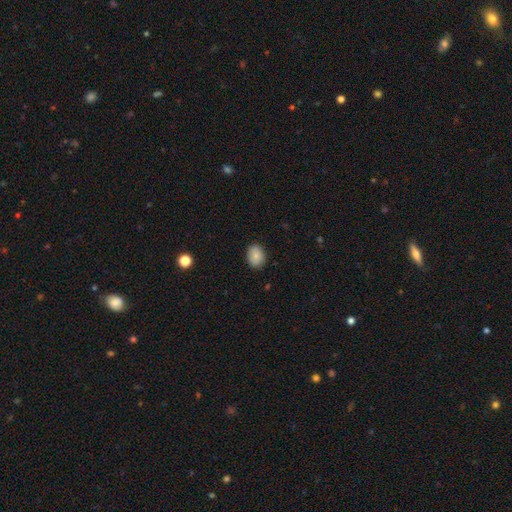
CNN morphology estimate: Q: Smooth or featured?
A: smooth (84%); runner-up: star or artifact (8%)
Q: How rounded?
A: in between (65%); runner-up: round (34%)
Q: Merging?
A: none (86%); runner-up: minor disturbance (10%)